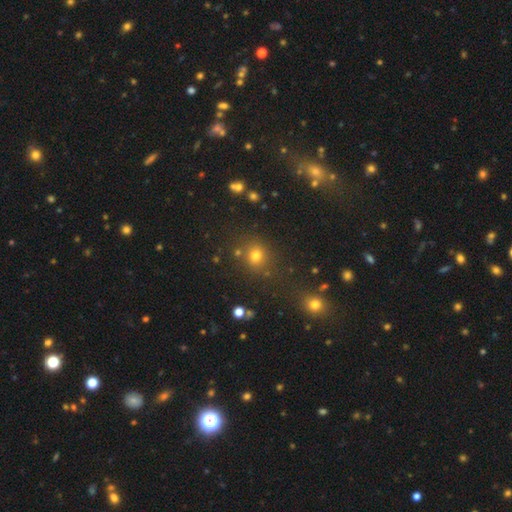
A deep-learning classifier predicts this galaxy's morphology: Smooth or featured? smooth (71%)
How rounded? round (81%)
Merging? none (79%)